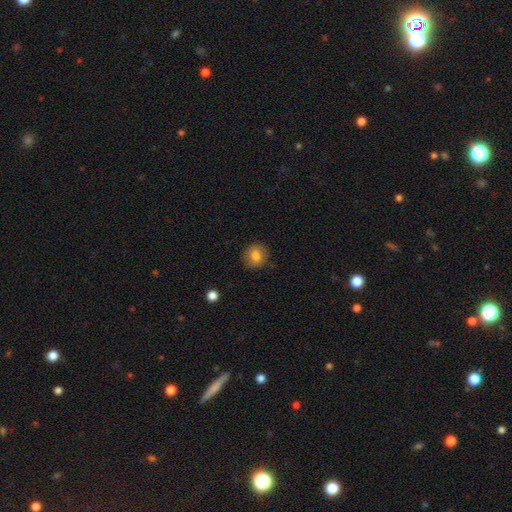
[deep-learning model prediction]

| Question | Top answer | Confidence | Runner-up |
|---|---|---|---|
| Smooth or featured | smooth | 81% | featured or disk (9%) |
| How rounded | round | 83% | in between (16%) |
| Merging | none | 86% | minor disturbance (10%) |